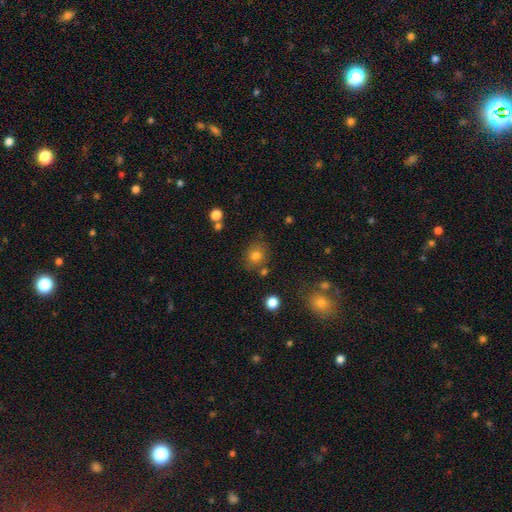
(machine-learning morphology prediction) The model was most divided on "how rounded": round: 71%, in between: 28%, cigar-shaped: 1%. More confident: smooth or featured — smooth (78%); merging — none (74%).